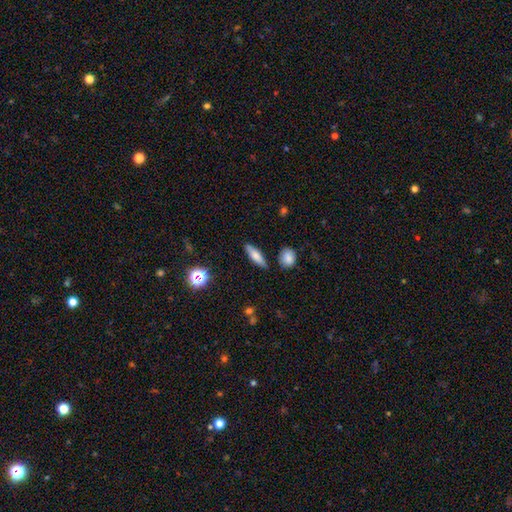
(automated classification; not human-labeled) Smooth or featured? smooth (68%)
How rounded? cigar-shaped (59%)
Merging? none (84%)